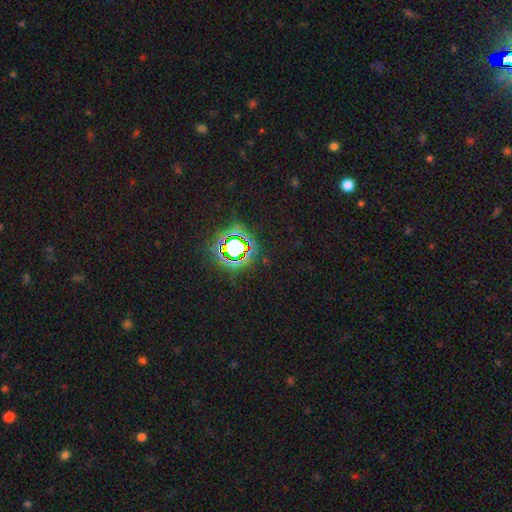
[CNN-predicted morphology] Smooth or featured? star or artifact (80%)